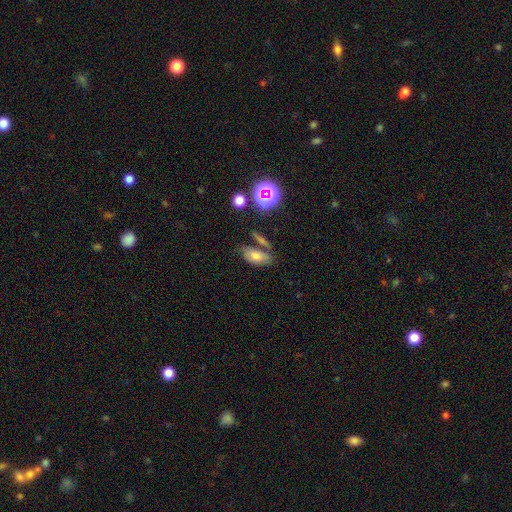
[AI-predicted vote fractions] Overall: smooth (64%). How rounded: in between (85%). Merging: none (54%; minor disturbance 19%).